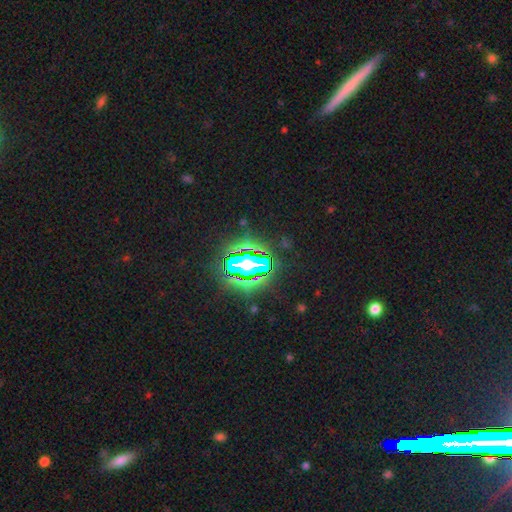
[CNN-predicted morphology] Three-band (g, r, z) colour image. It shows a star or artifact, not a galaxy (79%).